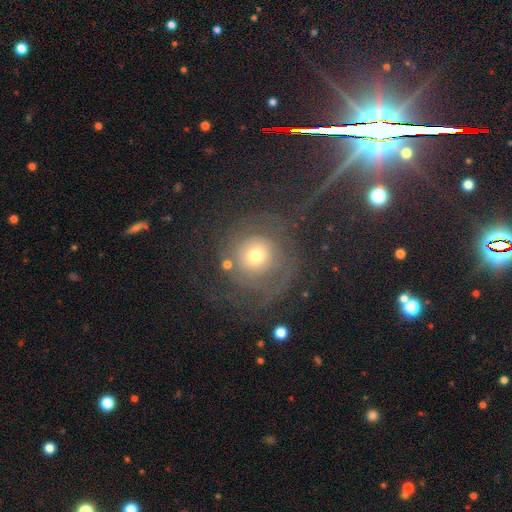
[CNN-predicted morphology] This is likely a featured or disk galaxy (62%). It is clearly not viewed edge-on (97%). Bar: clearly no (83%). Spiral arm pattern: likely yes (75%). Central bulge: possibly moderate (60%). Merging: likely none (65%).